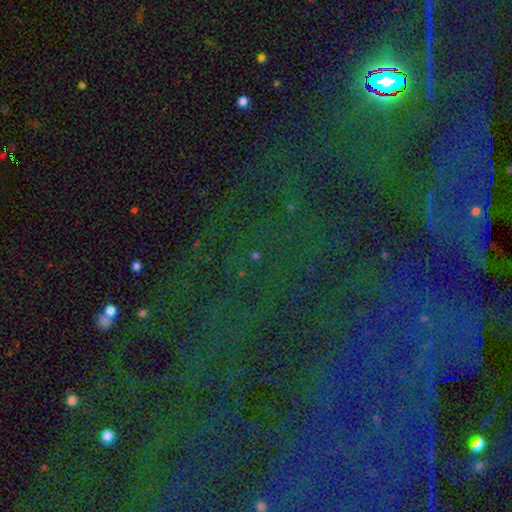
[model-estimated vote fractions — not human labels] Overall: star or artifact (77%).